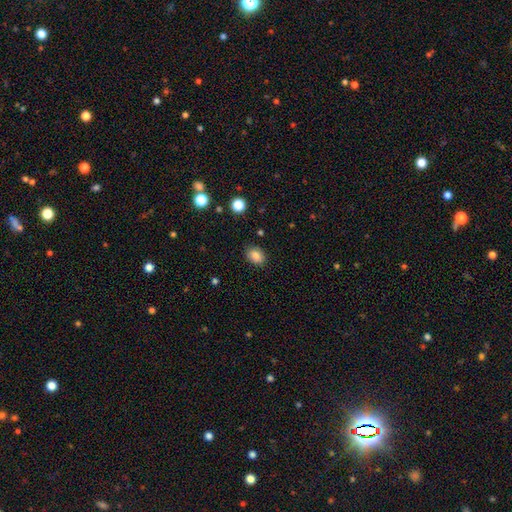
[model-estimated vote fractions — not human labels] This is clearly a smooth galaxy (84%). How rounded: likely in between (65%). Merging: clearly none (86%).